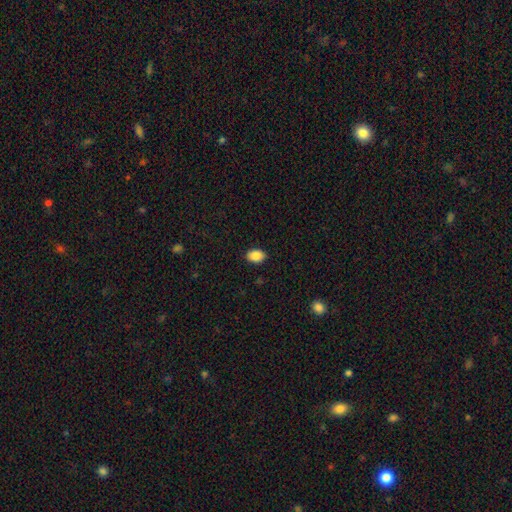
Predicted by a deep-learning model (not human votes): smooth-or-featured: smooth: 88% | star or artifact: 8% | featured or disk: 5%
  how-rounded: in between: 79% | round: 20% | cigar-shaped: 1%
  merging: none: 90% | minor disturbance: 8% | major disturbance: 2% | merger: 1%